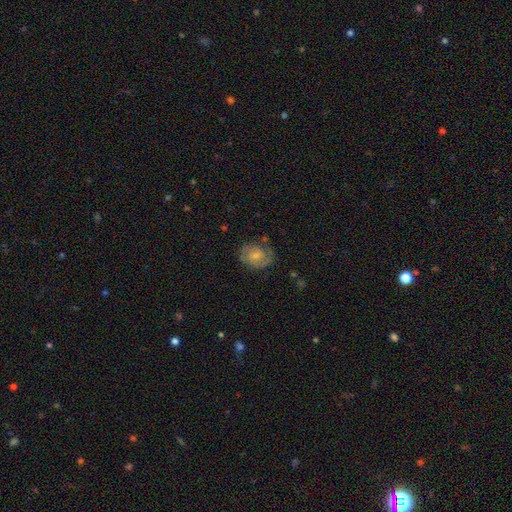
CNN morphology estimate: Q: Smooth or featured?
A: featured or disk (58%); runner-up: smooth (34%)
Q: Edge-on disk?
A: no (97%); runner-up: yes (3%)
Q: Bar?
A: no (56%); runner-up: weak (38%)
Q: Spiral arms?
A: yes (84%); runner-up: no (16%)
Q: Bulge size?
A: small (56%); runner-up: moderate (31%)
Q: Merging?
A: none (68%); runner-up: minor disturbance (20%)